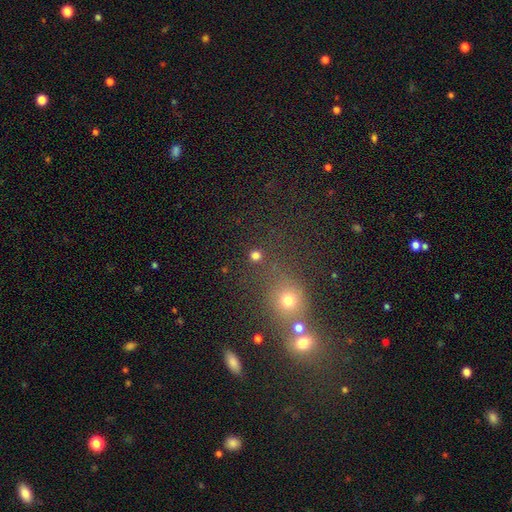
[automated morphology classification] This is likely a smooth galaxy (76%). How rounded: clearly round (91%). Merging: clearly none (81%).